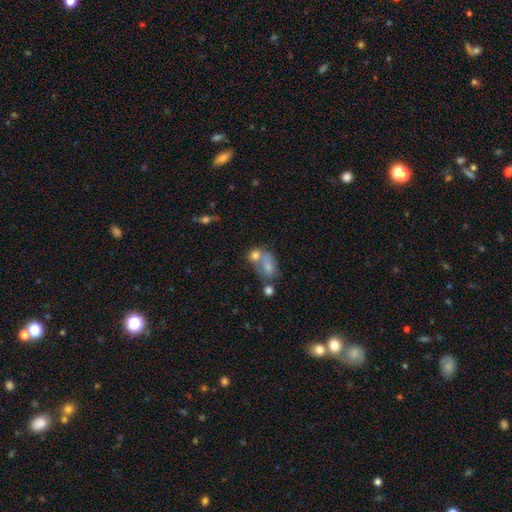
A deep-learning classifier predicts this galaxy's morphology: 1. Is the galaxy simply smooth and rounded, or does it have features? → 62% smooth, 23% featured or disk, 15% star or artifact.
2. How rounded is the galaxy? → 71% in between, 26% round, 3% cigar-shaped.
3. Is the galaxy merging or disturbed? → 51% merger, 29% none, 11% minor disturbance, 9% major disturbance.